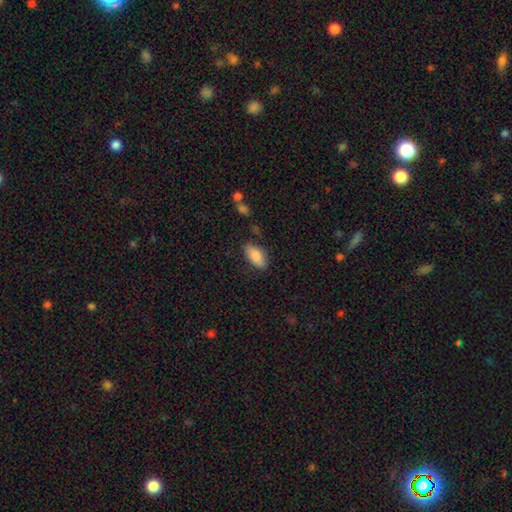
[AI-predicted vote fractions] Smooth or featured?
  - smooth: 85% *
  - featured or disk: 9%
  - star or artifact: 7%
How rounded?
  - in between: 90% *
  - cigar-shaped: 7%
  - round: 3%
Merging?
  - none: 79% *
  - minor disturbance: 15%
  - major disturbance: 4%
  - merger: 2%